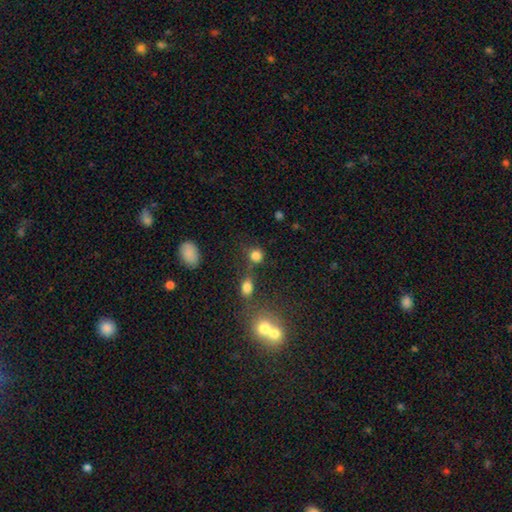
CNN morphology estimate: Smooth or featured? Predicted: smooth (p=0.81). How rounded? Predicted: round (p=0.81). Merging? Predicted: none (p=0.62).